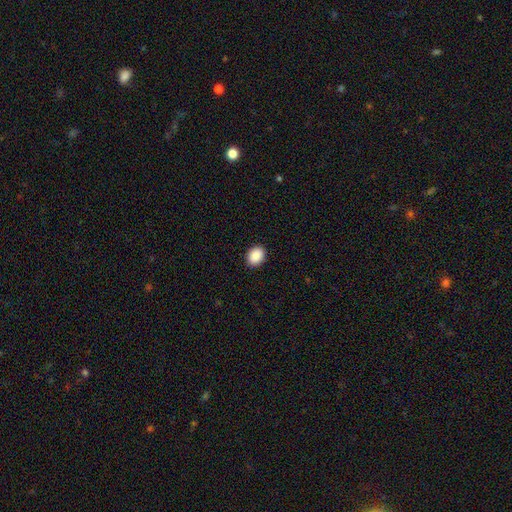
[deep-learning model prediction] A smooth galaxy with no disk features (90%) that is in between round and cigar-shaped (55%). Merging: none (91%).